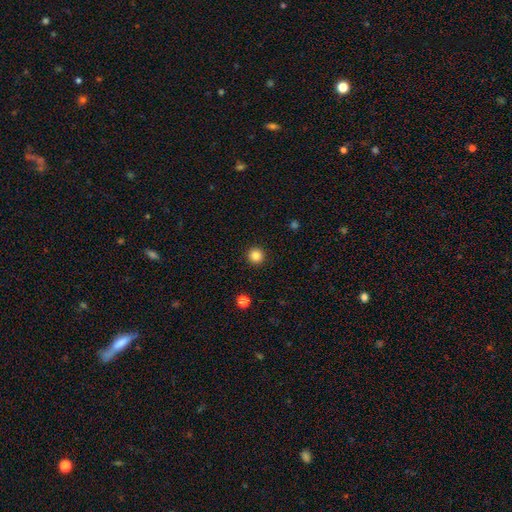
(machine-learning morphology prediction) Overall: smooth (85%). How rounded: round (96%). Merging: none (93%).